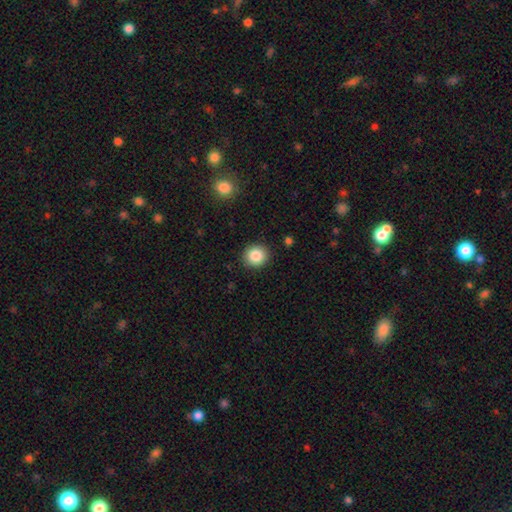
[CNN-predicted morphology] smooth-or-featured: smooth: 86% | star or artifact: 9% | featured or disk: 5%
  how-rounded: round: 88% | in between: 11% | cigar-shaped: 1%
  merging: none: 90% | minor disturbance: 6% | major disturbance: 2% | merger: 1%